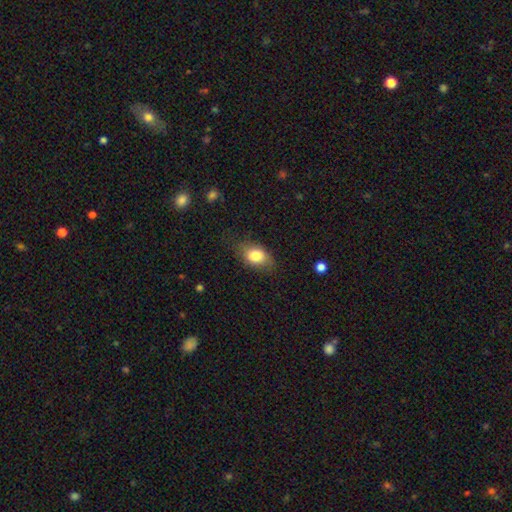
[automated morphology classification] Overall: smooth (80%). How rounded: in between (79%). Merging: none (70%).